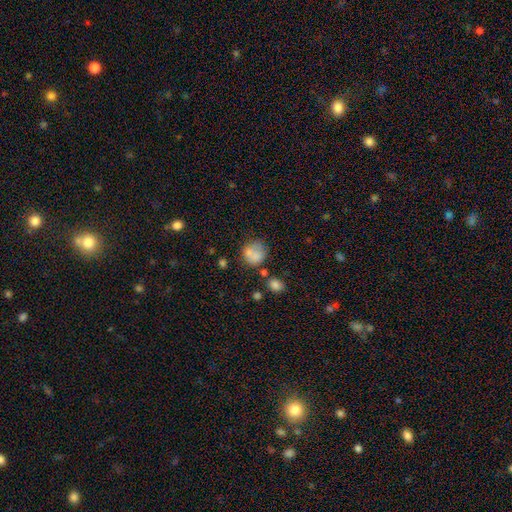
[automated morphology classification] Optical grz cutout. It shows a smooth galaxy with no disk features (73%) that is round (73%). Merging: none (48%).